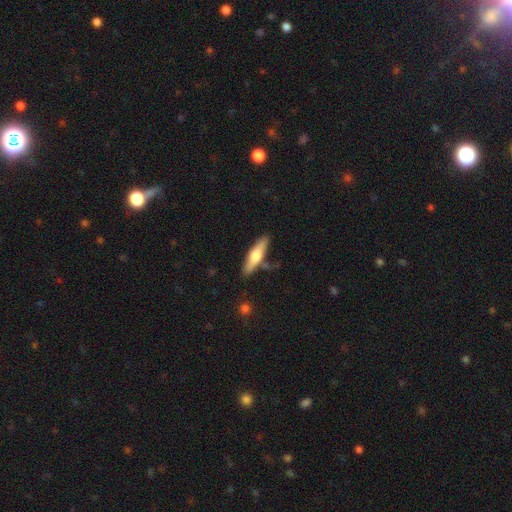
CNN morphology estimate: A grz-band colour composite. It shows a smooth galaxy with no disk features (56%) that is cigar-shaped (68%). Merging: none (78%).